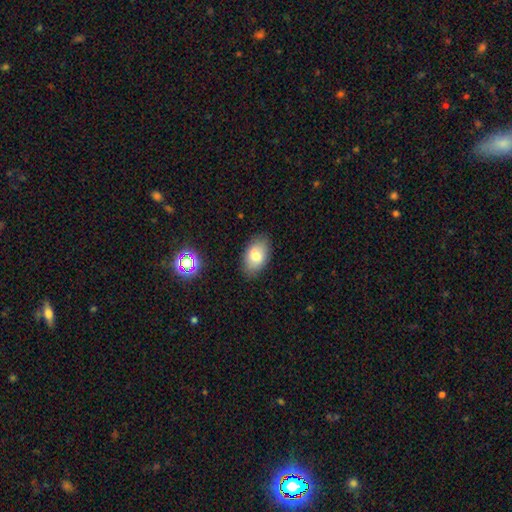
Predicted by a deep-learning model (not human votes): Smooth or featured: smooth — 76% (featured or disk — 15%)
How rounded: in between — 91% (round — 7%)
Merging: none — 83% (minor disturbance — 12%)